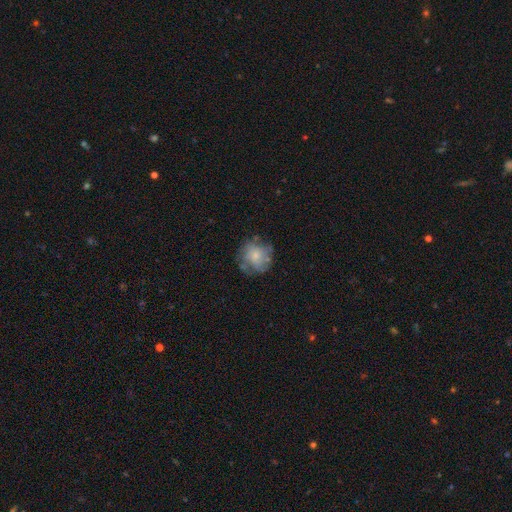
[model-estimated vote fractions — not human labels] smooth-or-featured: smooth: 56% | featured or disk: 35% | star or artifact: 9%
  how-rounded: round: 83% | in between: 16% | cigar-shaped: 1%
  merging: none: 61% | minor disturbance: 24% | major disturbance: 13% | merger: 3%